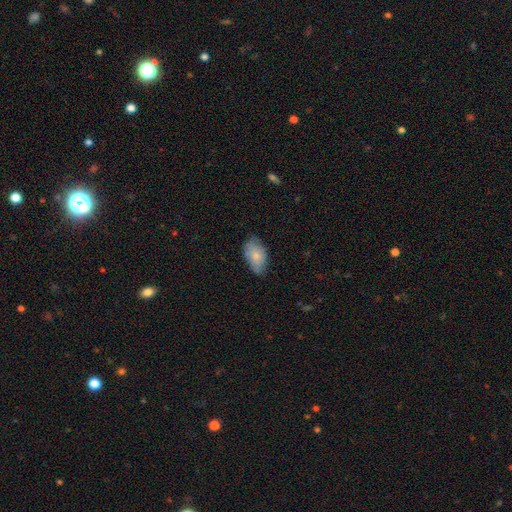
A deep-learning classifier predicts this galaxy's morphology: A smooth galaxy with no disk features (77%) that is in between round and cigar-shaped (93%). Merging: none (62%).